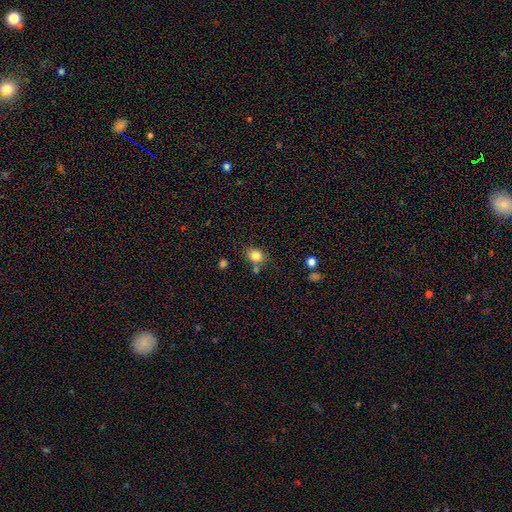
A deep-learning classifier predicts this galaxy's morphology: This is clearly a smooth galaxy (82%). How rounded: likely round (62%). Merging: likely none (70%).